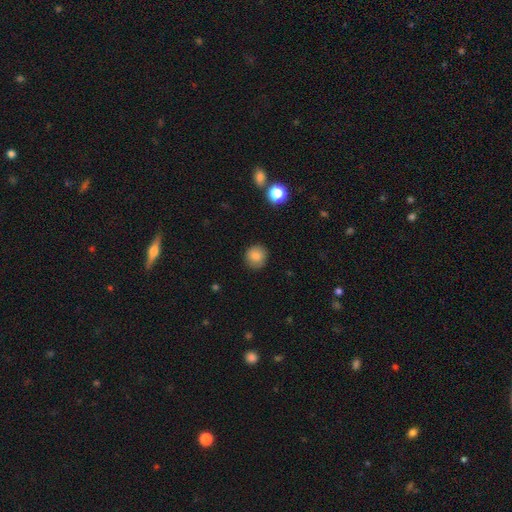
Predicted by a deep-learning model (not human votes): Smooth or featured?
  - smooth: 85% *
  - star or artifact: 10%
  - featured or disk: 6%
How rounded?
  - round: 90% *
  - in between: 9%
  - cigar-shaped: 1%
Merging?
  - none: 89% *
  - minor disturbance: 7%
  - major disturbance: 2%
  - merger: 1%